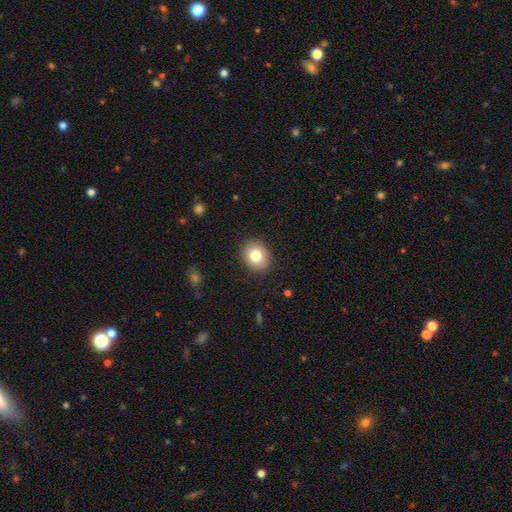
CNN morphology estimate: The model was most divided on "how rounded": round: 63%, in between: 36%, cigar-shaped: 1%. More confident: merging — none (89%); smooth or featured — smooth (81%).